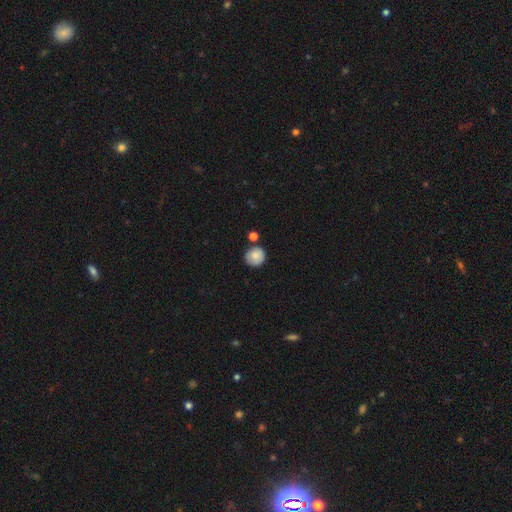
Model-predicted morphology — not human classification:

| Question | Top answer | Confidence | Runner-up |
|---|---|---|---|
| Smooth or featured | smooth | 80% | featured or disk (12%) |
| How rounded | round | 89% | in between (10%) |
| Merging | none | 73% | minor disturbance (15%) |